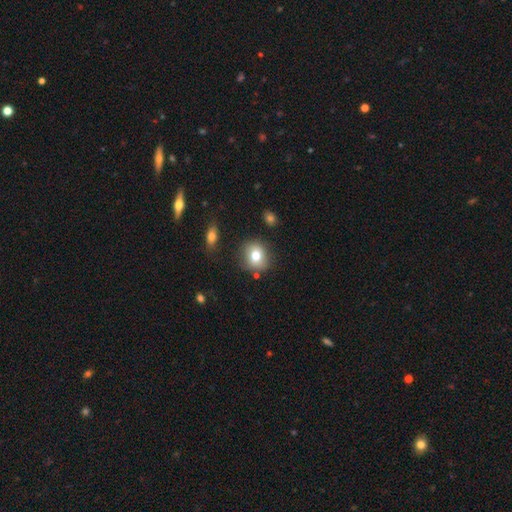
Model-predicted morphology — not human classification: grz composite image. It shows a smooth galaxy with no disk features (76%) that is round (73%). Merging: none (79%).